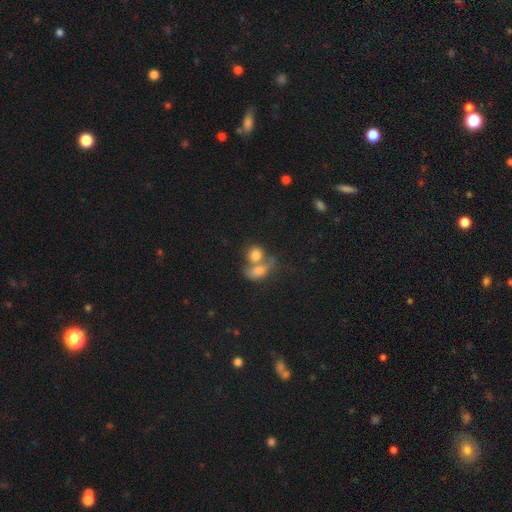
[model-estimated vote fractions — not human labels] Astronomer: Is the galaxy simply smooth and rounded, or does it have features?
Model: smooth — 78%.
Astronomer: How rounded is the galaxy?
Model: round — 57% (runner-up: in between, 41%).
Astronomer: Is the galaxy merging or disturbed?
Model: merger — 60%.